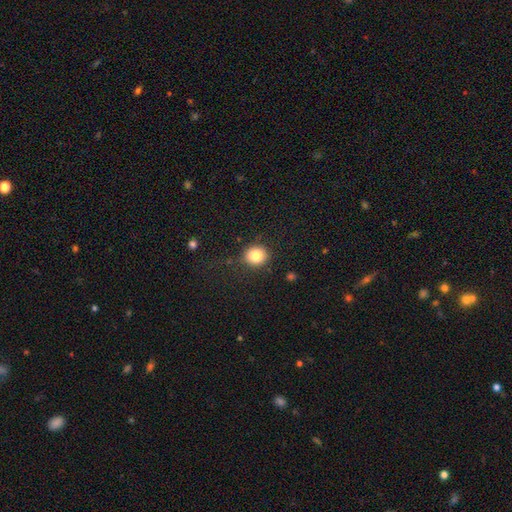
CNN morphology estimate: Q: Smooth or featured?
A: smooth (82%); runner-up: star or artifact (11%)
Q: How rounded?
A: round (85%); runner-up: in between (15%)
Q: Merging?
A: none (87%); runner-up: minor disturbance (8%)